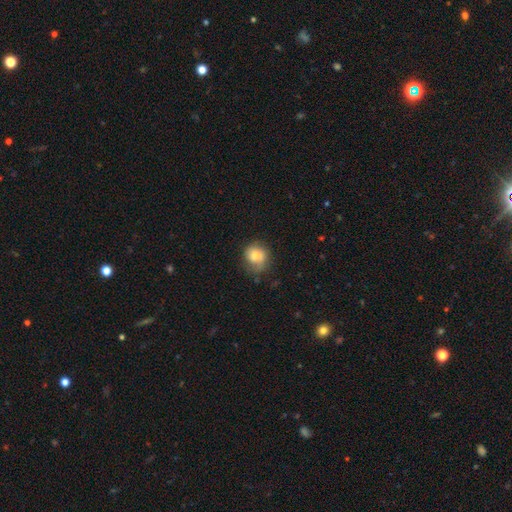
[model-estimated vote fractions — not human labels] Q: Smooth or featured?
A: smooth (71%); runner-up: featured or disk (20%)
Q: How rounded?
A: round (80%); runner-up: in between (19%)
Q: Merging?
A: none (61%); runner-up: minor disturbance (27%)